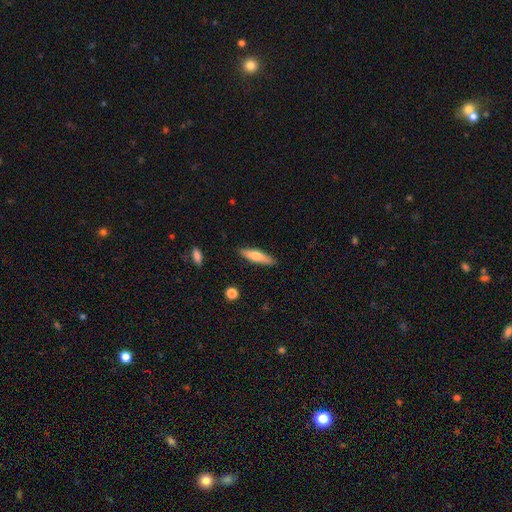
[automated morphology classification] Smooth or featured: smooth — 67% (featured or disk — 27%)
How rounded: cigar-shaped — 72% (in between — 26%)
Merging: none — 87% (minor disturbance — 10%)